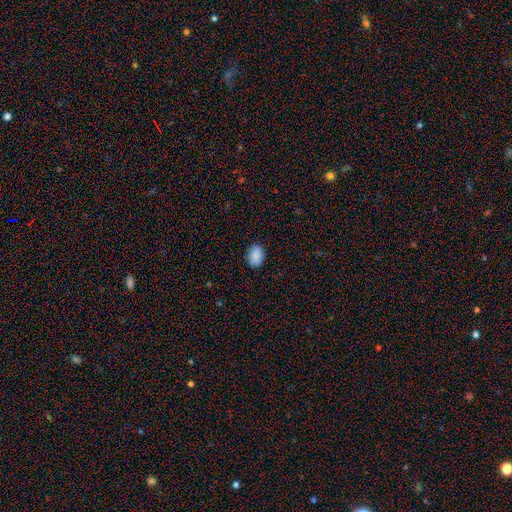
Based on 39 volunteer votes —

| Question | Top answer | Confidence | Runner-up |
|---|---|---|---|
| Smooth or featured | smooth | 100% | — |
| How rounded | in between | 77% | round (23%) |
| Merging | none | 87% | minor disturbance (10%) |